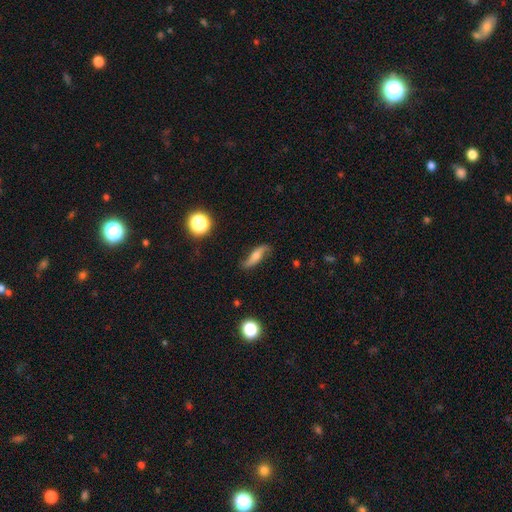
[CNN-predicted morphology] Overall: featured or disk (64%; smooth 26%). Edge-on disk: no (74%). Merging: none (77%).